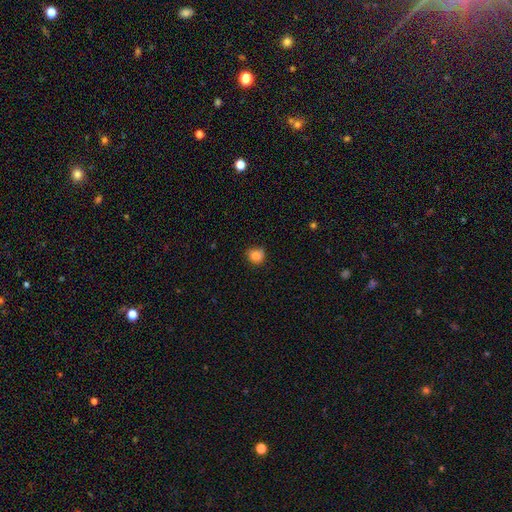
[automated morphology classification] Smooth or featured? smooth (85%)
How rounded? round (81%)
Merging? none (73%)